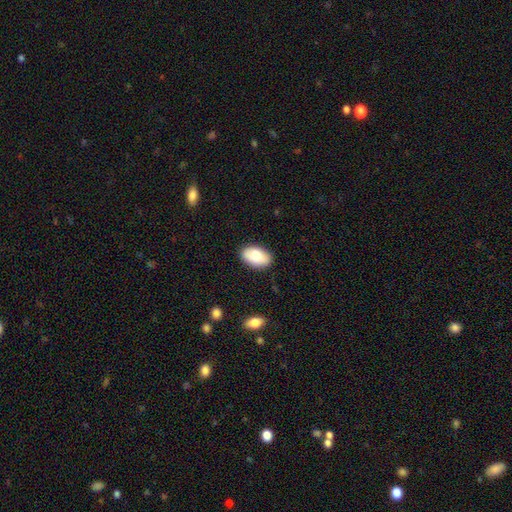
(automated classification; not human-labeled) smooth-or-featured: smooth: 83% | featured or disk: 10% | star or artifact: 6%
  how-rounded: in between: 93% | round: 6% | cigar-shaped: 1%
  merging: none: 85% | minor disturbance: 11% | major disturbance: 2% | merger: 1%